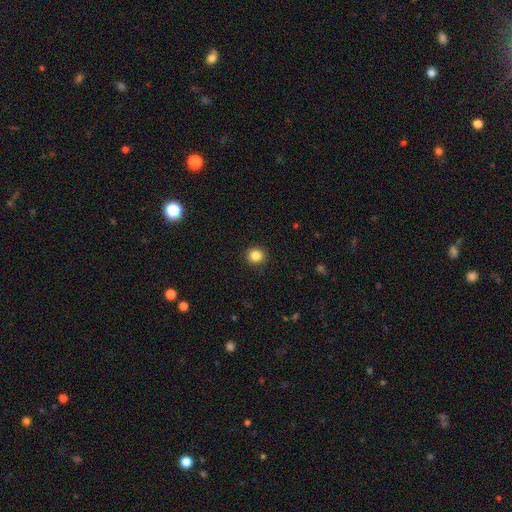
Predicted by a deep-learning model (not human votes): Smooth or featured? Predicted: smooth (p=0.84). How rounded? Predicted: round (p=0.90). Merging? Predicted: none (p=0.92).